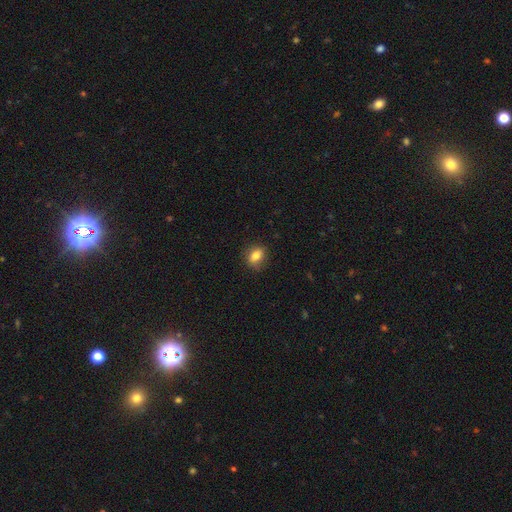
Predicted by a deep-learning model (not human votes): smooth_or_featured: smooth (p=0.81) [alt: featured or disk p=0.10]
how_rounded: in between (p=0.60) [alt: round p=0.38]
merging: none (p=0.81) [alt: minor disturbance p=0.15]